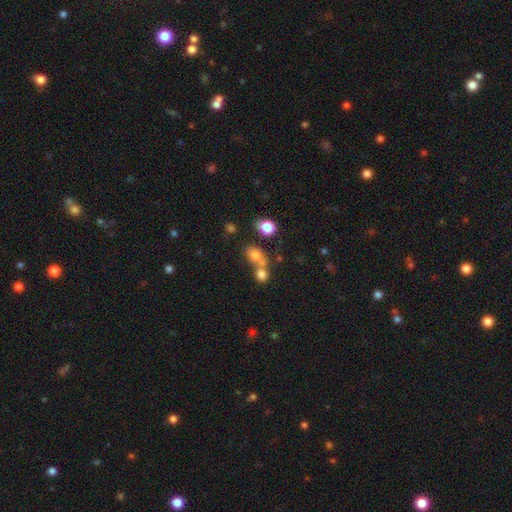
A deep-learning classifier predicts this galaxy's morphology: Overall: smooth (74%). How rounded: round (53%; in between 46%). Merging: merger (46%; none 40%).